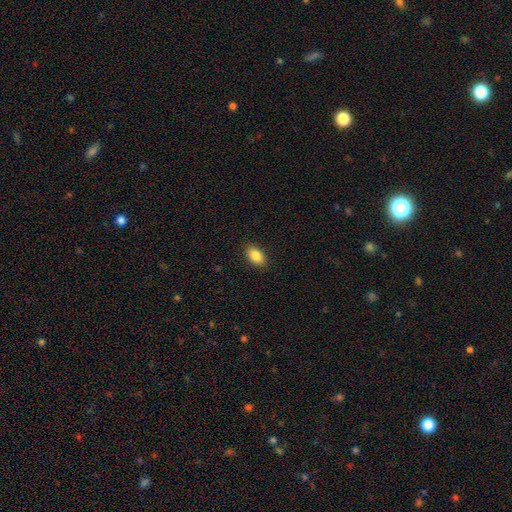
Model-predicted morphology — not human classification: type=smooth (87%); roundness=in between (90%); merging=none (89%).